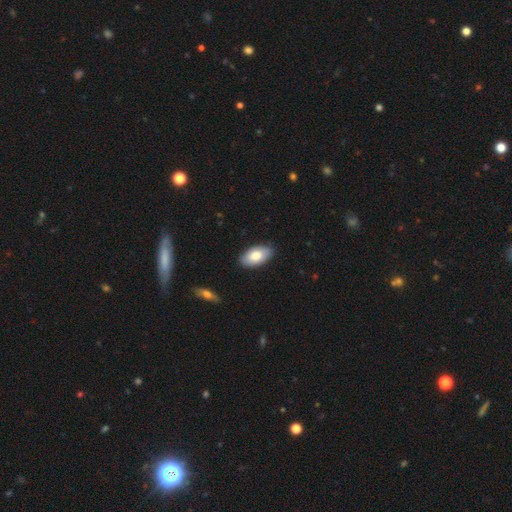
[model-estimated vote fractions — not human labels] Overall: smooth (80%). How rounded: in between (95%). Merging: none (88%).